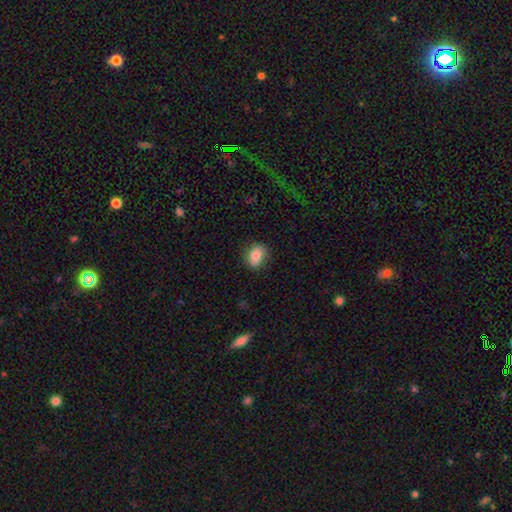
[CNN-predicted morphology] smooth 80%, featured or disk 11%, star or artifact 8%. Down the decision tree: how rounded — in between (68%); merging — none (78%).